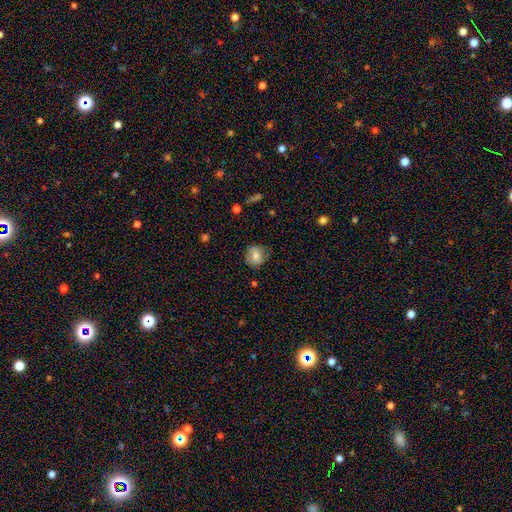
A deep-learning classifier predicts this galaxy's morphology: This appears to be a smooth galaxy with no disk features (72%) that is round (83%). Merging: none (76%).